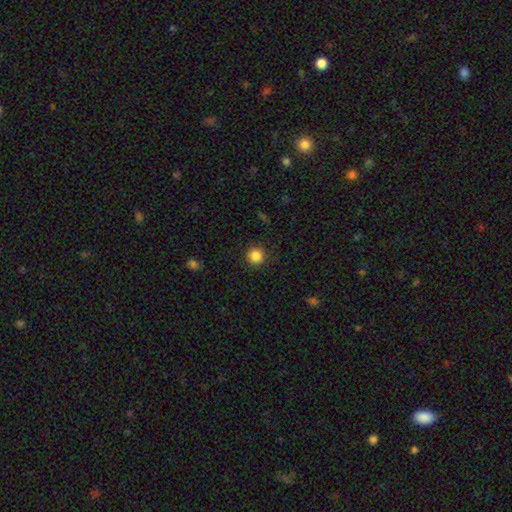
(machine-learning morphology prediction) This is clearly a smooth galaxy (85%). How rounded: clearly round (95%). Merging: clearly none (91%).